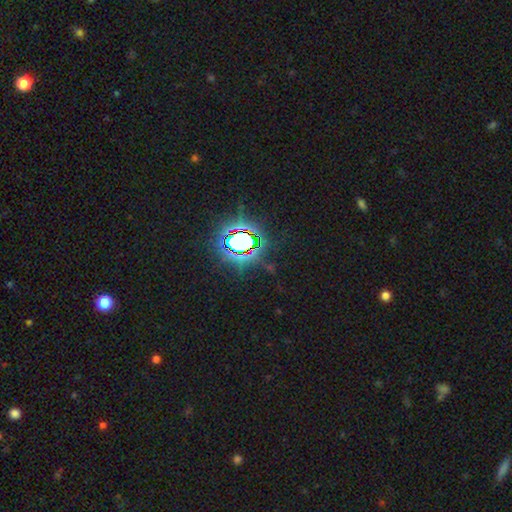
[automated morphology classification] Smooth or featured? Predicted: star or artifact (p=0.81).